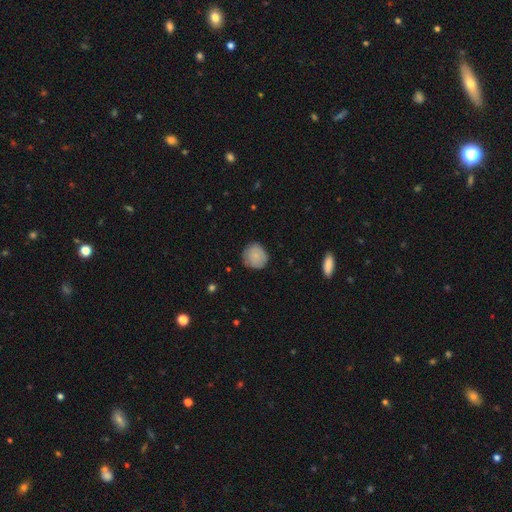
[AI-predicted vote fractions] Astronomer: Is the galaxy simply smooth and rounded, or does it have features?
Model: smooth — 81%.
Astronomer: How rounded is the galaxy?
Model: round — 89%.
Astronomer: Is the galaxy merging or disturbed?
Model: none — 79%.